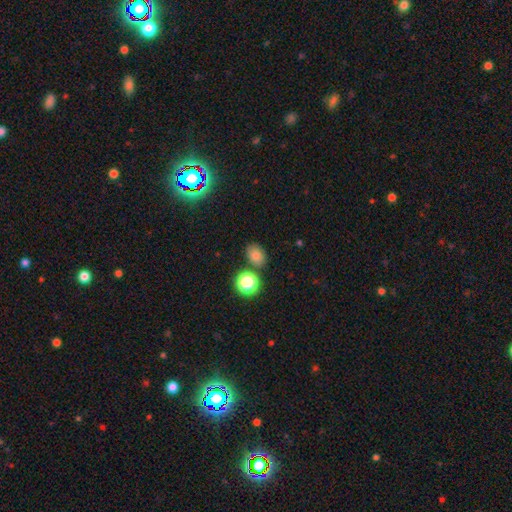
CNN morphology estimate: Overall: smooth (74%). How rounded: in between (59%; round 40%). Merging: none (79%).